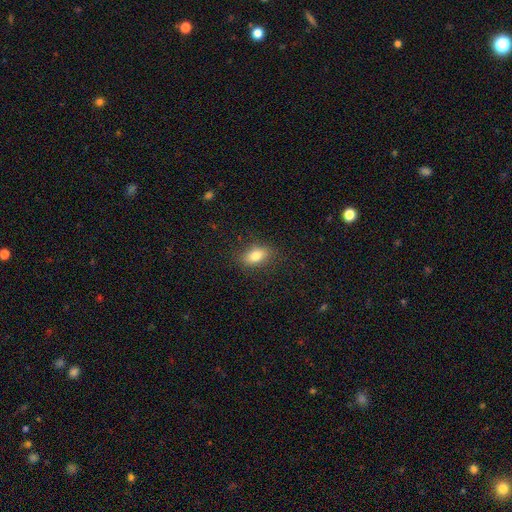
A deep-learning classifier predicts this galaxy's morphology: Q: Smooth or featured?
A: smooth (81%); runner-up: featured or disk (10%)
Q: How rounded?
A: in between (84%); runner-up: round (10%)
Q: Merging?
A: none (85%); runner-up: minor disturbance (11%)